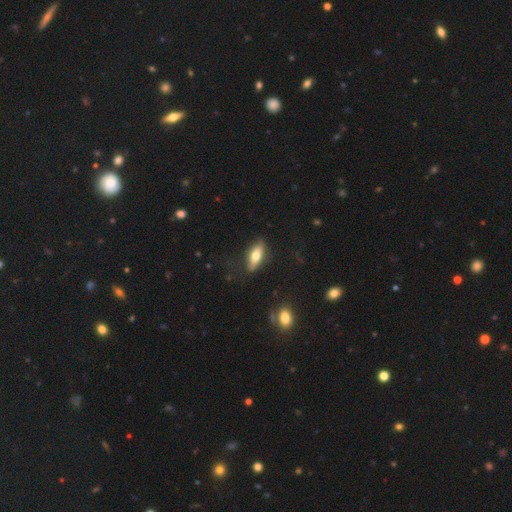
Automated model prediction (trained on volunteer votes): A smooth galaxy with no disk features (60%) that is in between round and cigar-shaped (65%). Merging: none (77%).